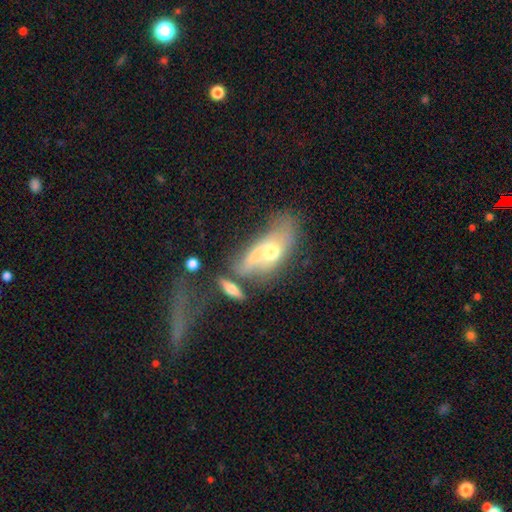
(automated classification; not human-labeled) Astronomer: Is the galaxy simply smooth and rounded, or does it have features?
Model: smooth — 51% (runner-up: featured or disk, 40%).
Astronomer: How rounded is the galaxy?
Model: in between — 76%.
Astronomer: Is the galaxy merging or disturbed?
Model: merger — 41% (runner-up: none, 24%).